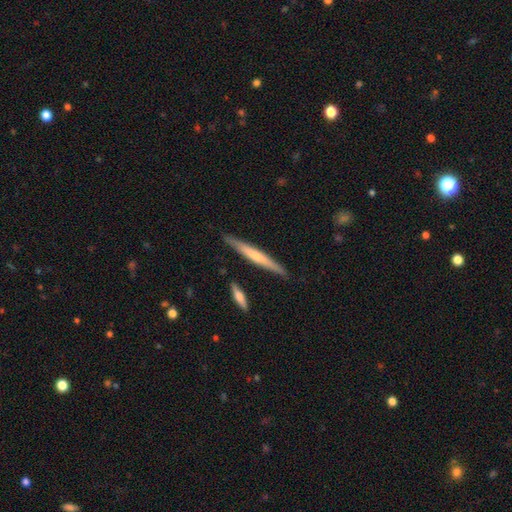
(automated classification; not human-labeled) Overall: featured or disk (52%; smooth 42%). Edge-on disk: yes (95%). Merging: none (87%).